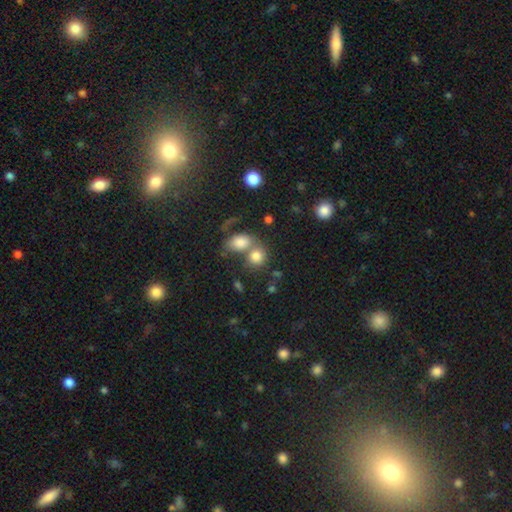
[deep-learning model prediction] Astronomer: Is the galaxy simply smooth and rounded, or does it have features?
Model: smooth — 79%.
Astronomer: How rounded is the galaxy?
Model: round — 58% (runner-up: in between, 40%).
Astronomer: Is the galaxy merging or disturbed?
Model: merger — 51% (runner-up: none, 36%).